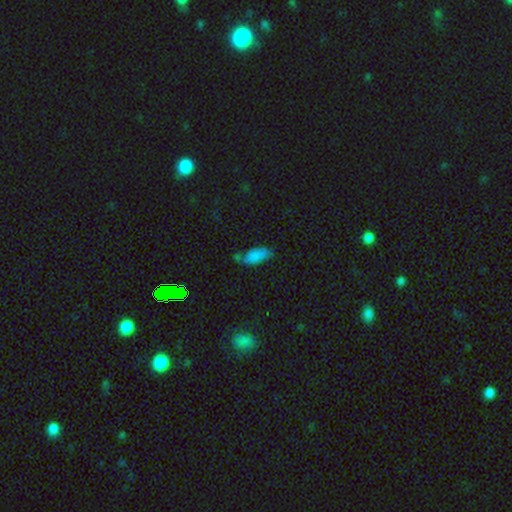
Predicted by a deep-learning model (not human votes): Smooth or featured? Predicted: smooth (p=0.80). How rounded? Predicted: in between (p=0.85). Merging? Predicted: none (p=0.50).